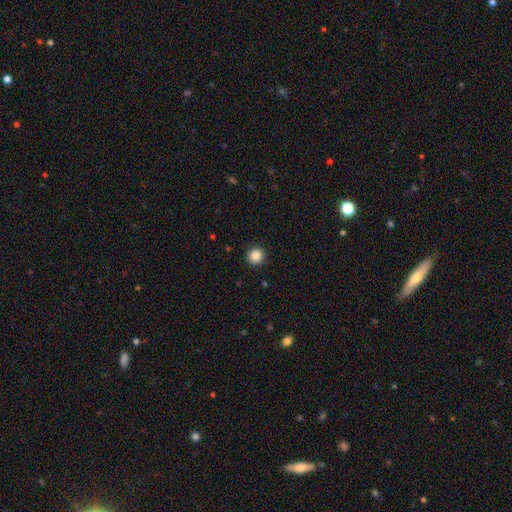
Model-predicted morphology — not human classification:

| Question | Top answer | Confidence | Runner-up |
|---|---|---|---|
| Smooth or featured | smooth | 86% | star or artifact (10%) |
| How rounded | round | 94% | in between (5%) |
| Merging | none | 92% | minor disturbance (5%) |